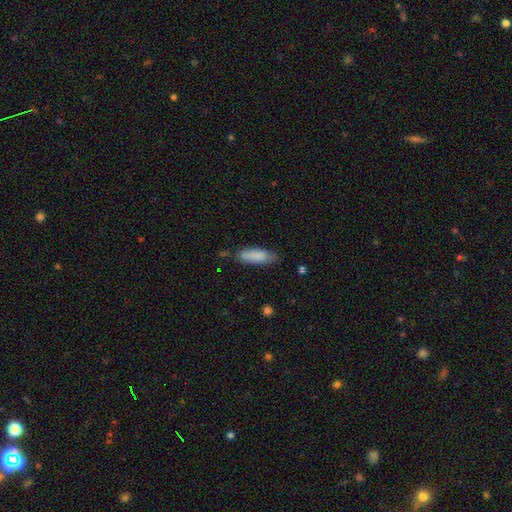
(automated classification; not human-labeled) A smooth galaxy with no disk features (85%) that is in between round and cigar-shaped (55%). Merging: none (71%).